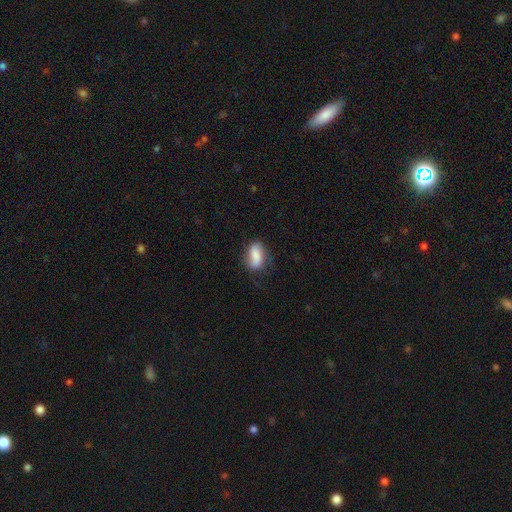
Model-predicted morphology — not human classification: smooth-or-featured: smooth: 78% | featured or disk: 14% | star or artifact: 7%
  how-rounded: in between: 86% | cigar-shaped: 7% | round: 6%
  merging: none: 63% | minor disturbance: 26% | major disturbance: 9% | merger: 2%